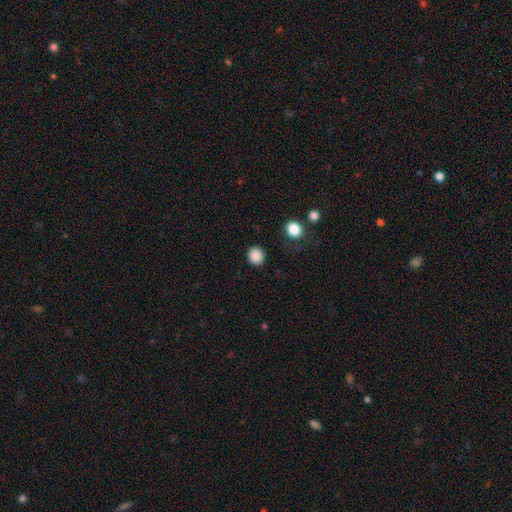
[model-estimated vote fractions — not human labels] Q: Smooth or featured?
A: smooth (88%); runner-up: star or artifact (10%)
Q: How rounded?
A: round (83%); runner-up: in between (16%)
Q: Merging?
A: none (89%); runner-up: minor disturbance (6%)